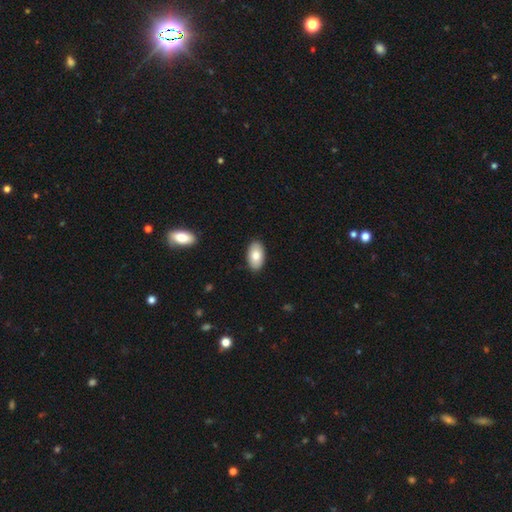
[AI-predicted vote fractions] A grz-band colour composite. It shows a smooth galaxy with no disk features (80%) that is in between round and cigar-shaped (95%). Merging: none (89%).